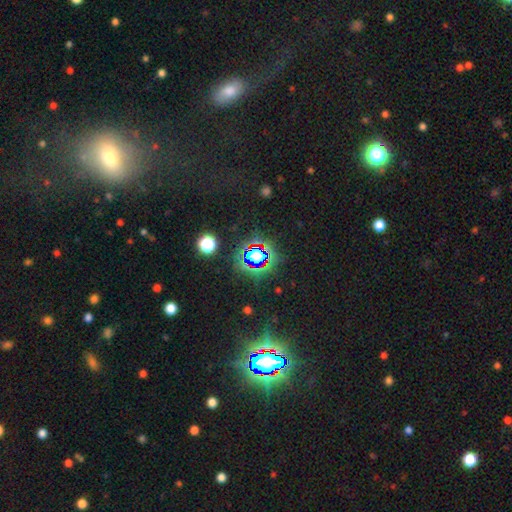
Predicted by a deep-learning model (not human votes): Smooth or featured?
  - star or artifact: 71% *
  - smooth: 19%
  - featured or disk: 10%